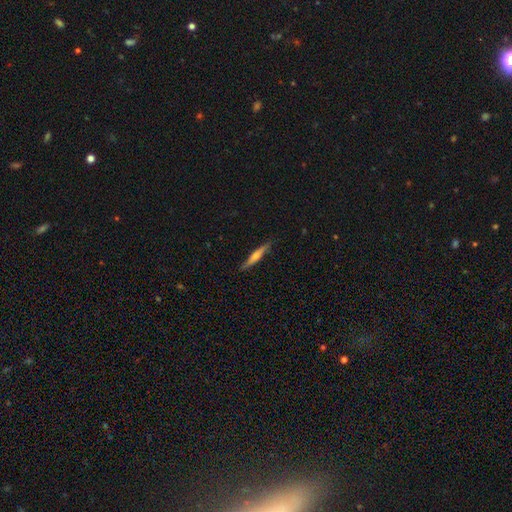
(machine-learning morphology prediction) type=featured or disk (54%); edge-on=yes (96%); edge-on bulge=rounded (72%); merging=none (88%).